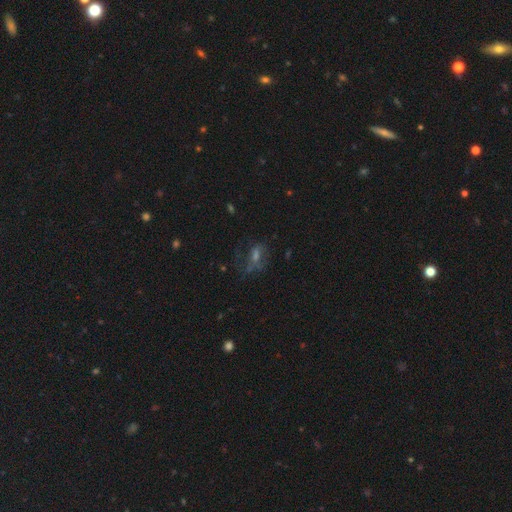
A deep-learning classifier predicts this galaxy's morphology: featured or disk 39%, smooth 31%, star or artifact 30%. Down the decision tree: merging — none (49%).